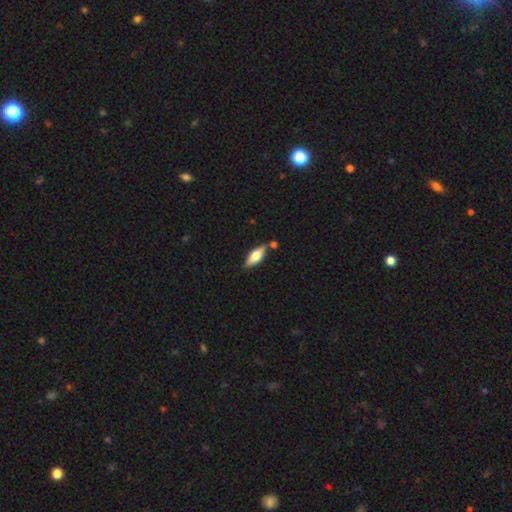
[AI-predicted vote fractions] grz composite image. It shows a smooth galaxy with no disk features (52%) that is in between round and cigar-shaped (63%). Merging: none (78%).